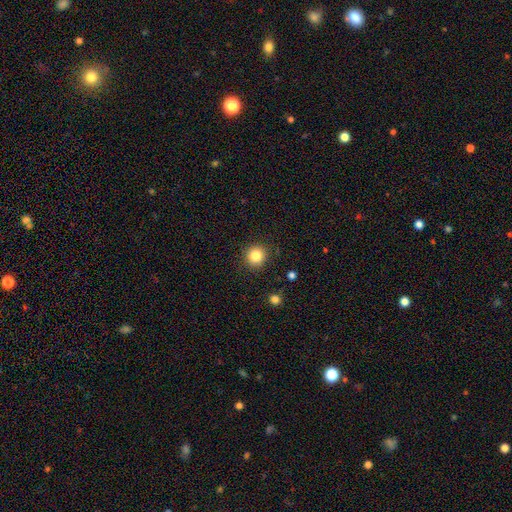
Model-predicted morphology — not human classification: A smooth galaxy with no disk features (84%) that is round (91%). Merging: none (90%).